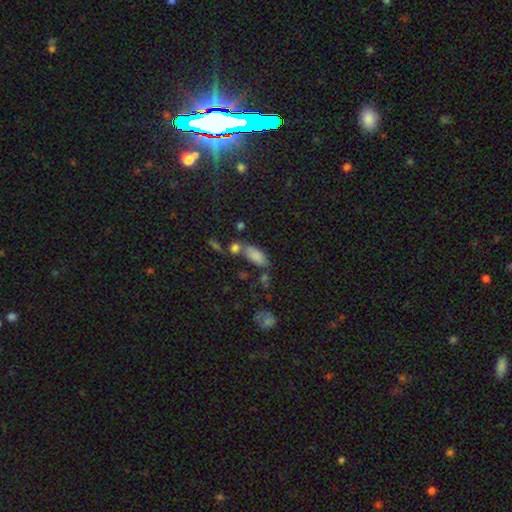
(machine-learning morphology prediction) smooth 82%, star or artifact 9%, featured or disk 9%. Down the decision tree: how rounded — in between (86%); merging — none (53%).